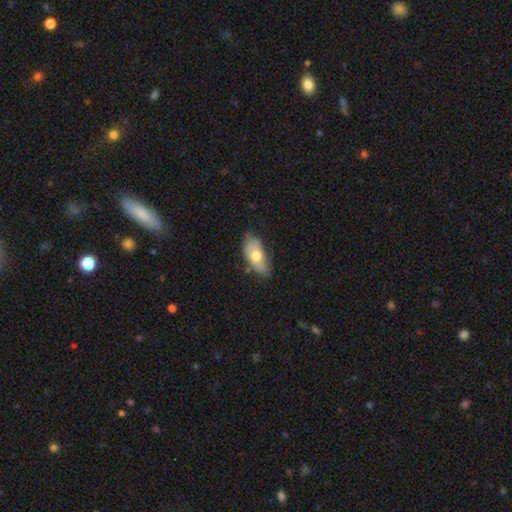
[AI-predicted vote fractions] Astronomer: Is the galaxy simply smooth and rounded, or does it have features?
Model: smooth — 62%.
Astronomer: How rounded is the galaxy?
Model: in between — 88%.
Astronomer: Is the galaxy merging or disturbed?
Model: none — 60%.